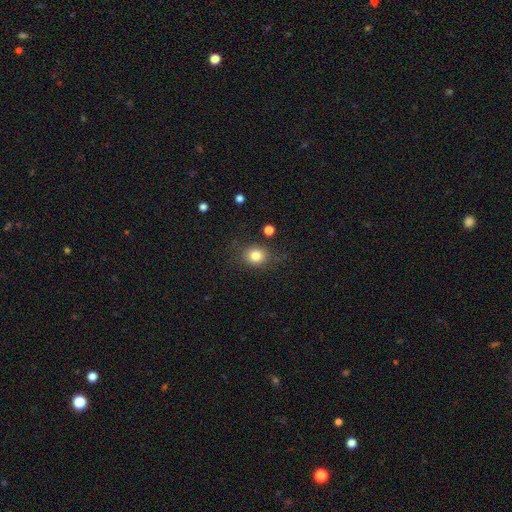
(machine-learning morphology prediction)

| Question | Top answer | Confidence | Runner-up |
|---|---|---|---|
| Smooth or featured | smooth | 81% | star or artifact (12%) |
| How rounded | round | 72% | in between (27%) |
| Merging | none | 80% | minor disturbance (12%) |